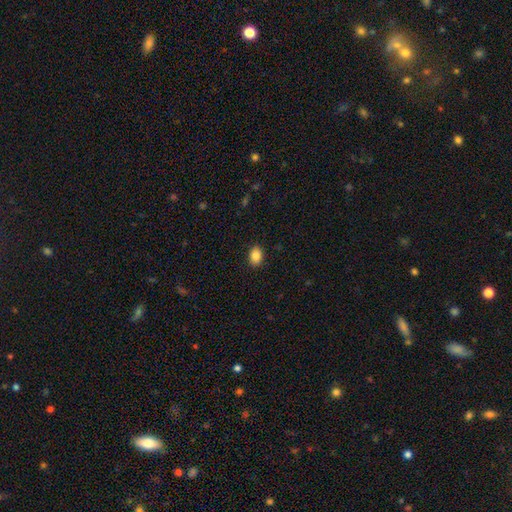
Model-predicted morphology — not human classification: Smooth or featured: smooth — 87% (star or artifact — 8%)
How rounded: in between — 78% (round — 21%)
Merging: none — 90% (minor disturbance — 7%)